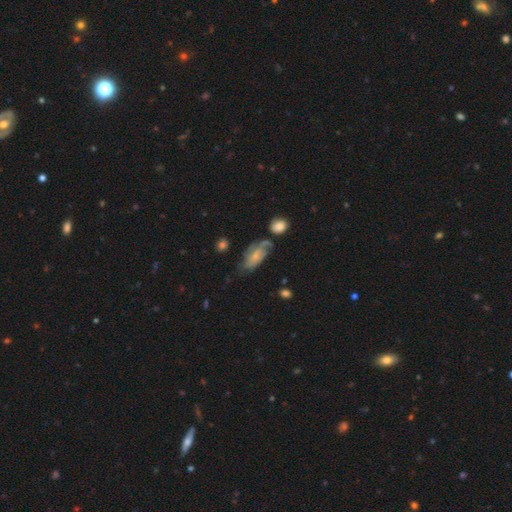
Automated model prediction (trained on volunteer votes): Smooth or featured: featured or disk — 49% (smooth — 43%)
Merging: none — 43% (minor disturbance — 31%)